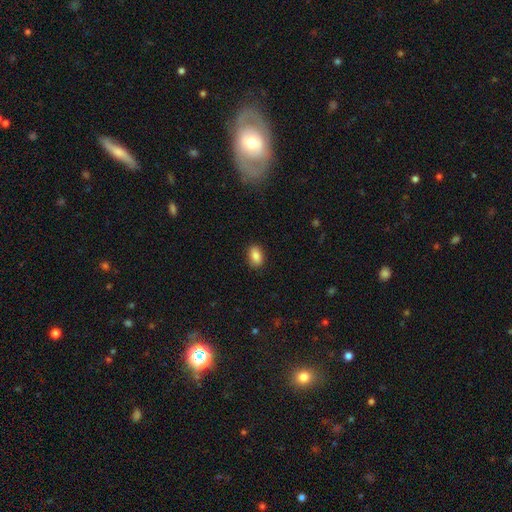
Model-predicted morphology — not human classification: smooth-or-featured: smooth: 86% | star or artifact: 8% | featured or disk: 6%
  how-rounded: in between: 86% | round: 12% | cigar-shaped: 2%
  merging: none: 88% | minor disturbance: 9% | major disturbance: 2% | merger: 1%